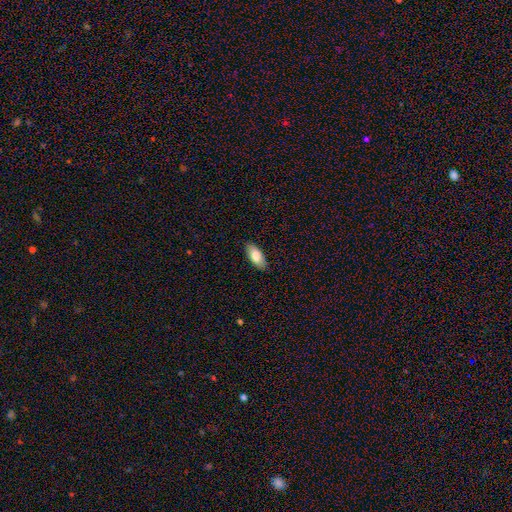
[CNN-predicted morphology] Overall: smooth (83%). How rounded: in between (88%). Merging: none (88%).